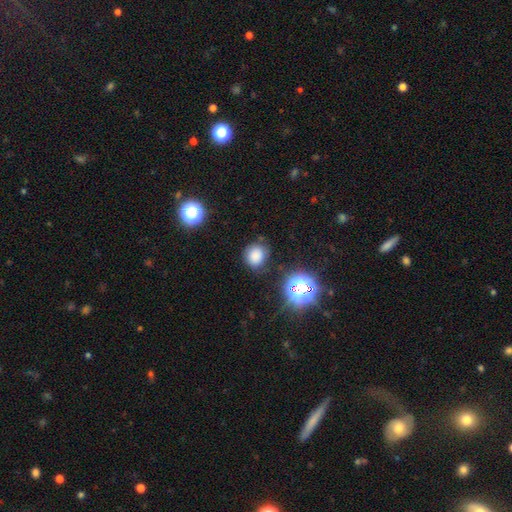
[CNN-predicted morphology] This is likely a smooth galaxy (79%). How rounded: likely round (78%). Merging: likely none (78%).